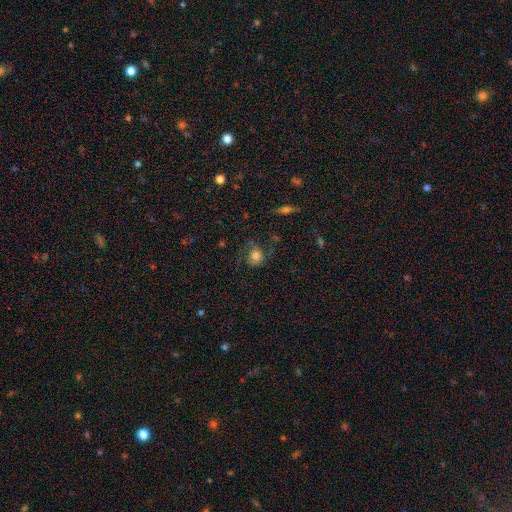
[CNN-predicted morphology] A smooth galaxy with no disk features (57%) that is round (78%).

Vote fractions:
- Smooth or featured? smooth: 57% / featured or disk: 32% / star or artifact: 11%
- How rounded? round: 78% / in between: 21% / cigar-shaped: 1%
- Merging? none: 57% / minor disturbance: 22% / major disturbance: 18% / merger: 3%